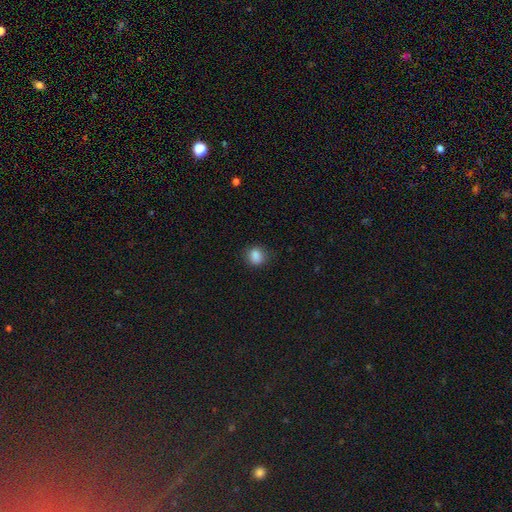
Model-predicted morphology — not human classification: A smooth galaxy with no disk features (86%) that is round (67%).

Vote fractions:
- Smooth or featured? smooth: 86% / star or artifact: 10% / featured or disk: 4%
- How rounded? round: 67% / in between: 32% / cigar-shaped: 1%
- Merging? none: 83% / minor disturbance: 13% / major disturbance: 3% / merger: 1%